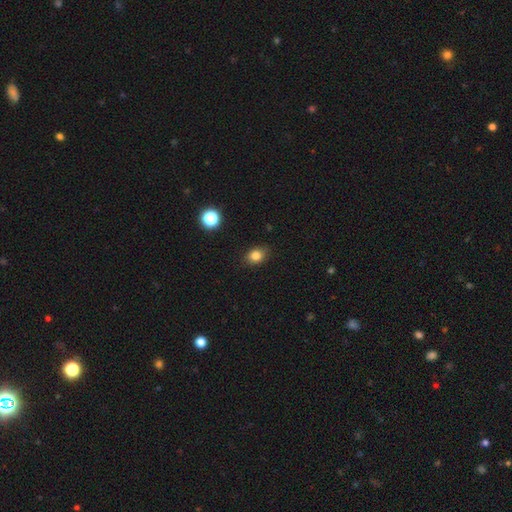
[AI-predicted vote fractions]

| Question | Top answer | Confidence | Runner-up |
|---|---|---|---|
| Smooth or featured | smooth | 82% | star or artifact (12%) |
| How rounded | in between | 56% | round (43%) |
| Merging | none | 86% | minor disturbance (11%) |